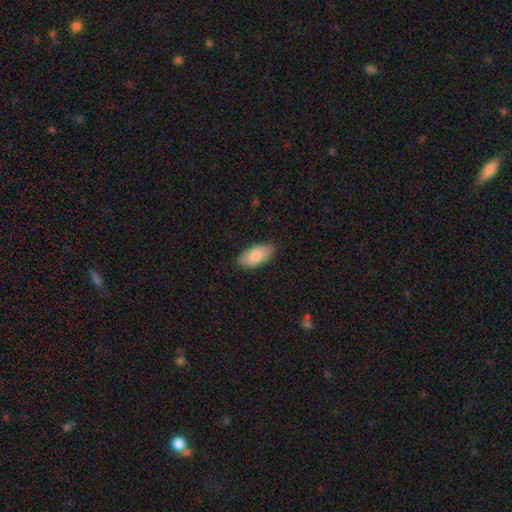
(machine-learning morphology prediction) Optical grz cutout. It shows a smooth galaxy with no disk features (85%) that is in between round and cigar-shaped (92%). Merging: none (84%).